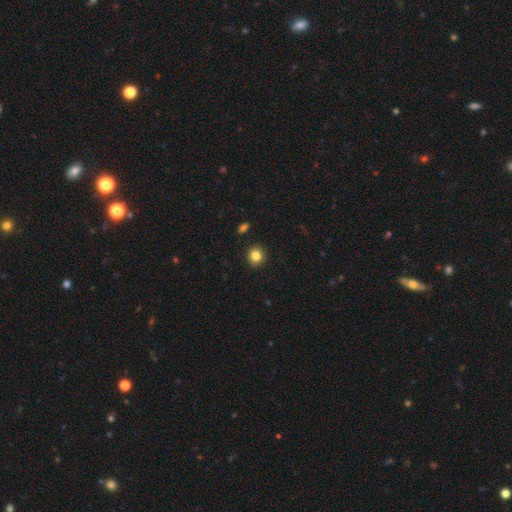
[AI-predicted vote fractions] Smooth or featured? Predicted: smooth (p=0.84). How rounded? Predicted: round (p=0.87). Merging? Predicted: none (p=0.92).